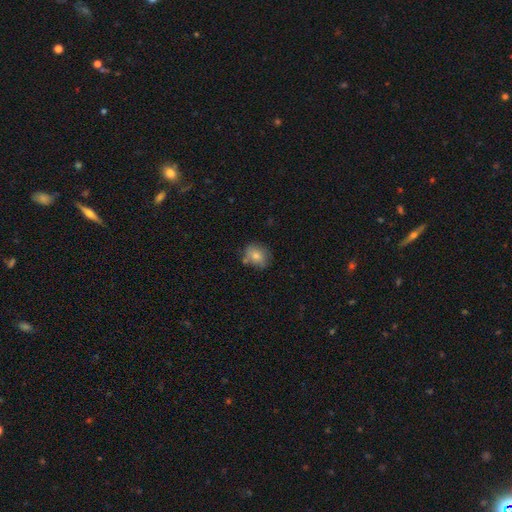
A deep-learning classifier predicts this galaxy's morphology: Smooth or featured? smooth (76%)
How rounded? round (58%)
Merging? none (62%)